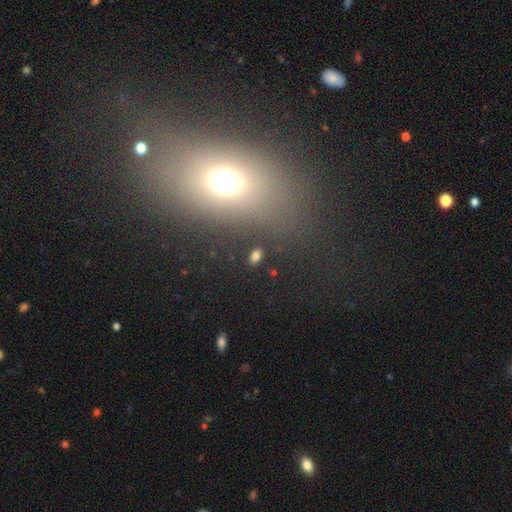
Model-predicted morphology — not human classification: smooth 77%, star or artifact 16%, featured or disk 6%. Down the decision tree: how rounded — in between (88%); merging — none (88%).